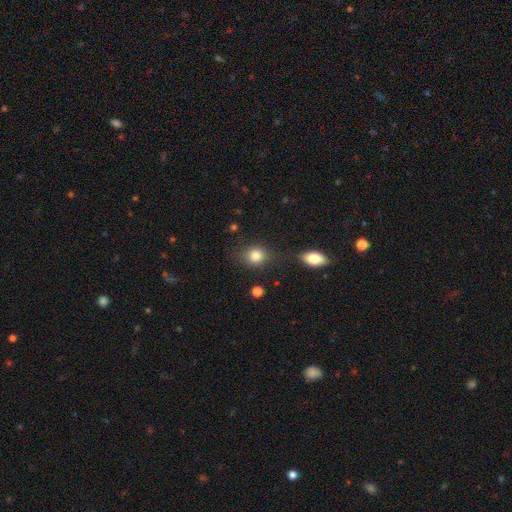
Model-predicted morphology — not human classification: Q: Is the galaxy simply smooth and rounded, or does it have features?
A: smooth — 83%.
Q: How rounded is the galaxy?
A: round — 66%.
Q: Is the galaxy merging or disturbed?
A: none — 78%.